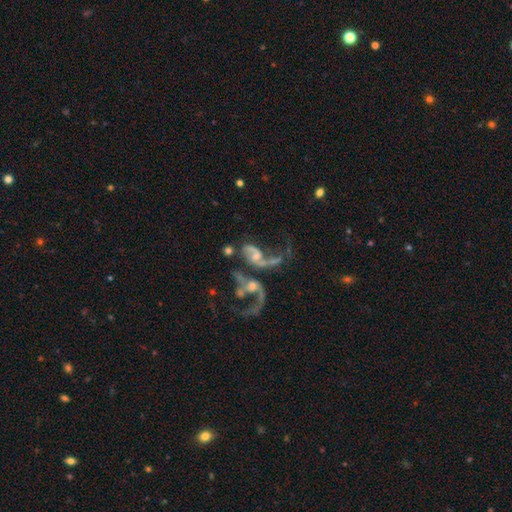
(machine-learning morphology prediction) type=featured or disk (74%); edge-on=no (96%); bar=no (63%); spiral arms=yes (71%); winding=loose (75%); arm count=2 (56%); bulge=moderate (38%); merging=merger (53%).